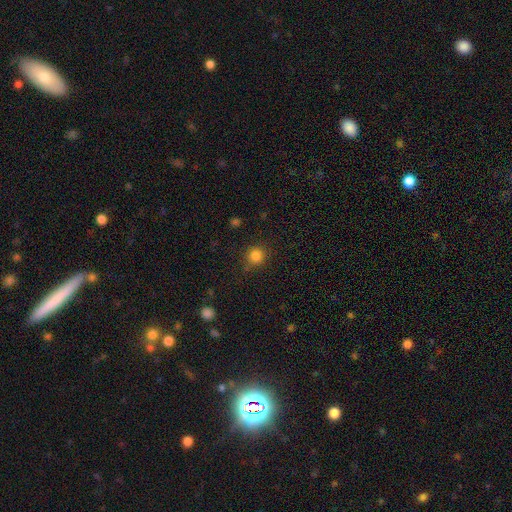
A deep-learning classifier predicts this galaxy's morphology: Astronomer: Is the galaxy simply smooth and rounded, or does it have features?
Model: smooth — 83%.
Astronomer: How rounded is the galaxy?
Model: round — 92%.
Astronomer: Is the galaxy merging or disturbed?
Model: none — 83%.